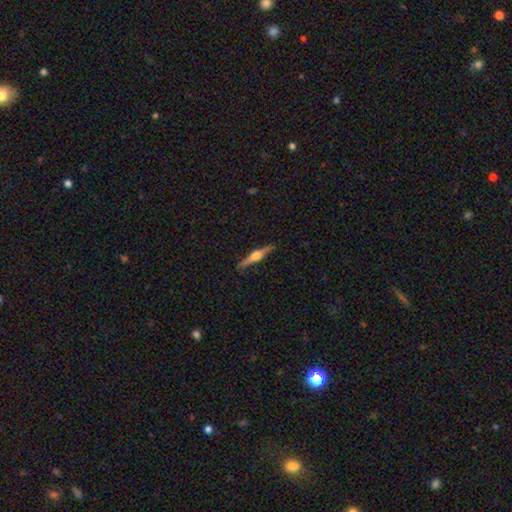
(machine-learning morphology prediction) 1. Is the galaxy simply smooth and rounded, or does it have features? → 72% featured or disk, 23% smooth, 5% star or artifact.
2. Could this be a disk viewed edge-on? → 98% yes, 2% no.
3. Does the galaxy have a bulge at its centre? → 90% rounded, 7% boxy, 3% none.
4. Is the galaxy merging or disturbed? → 89% none, 9% minor disturbance, 2% major disturbance, 1% merger.